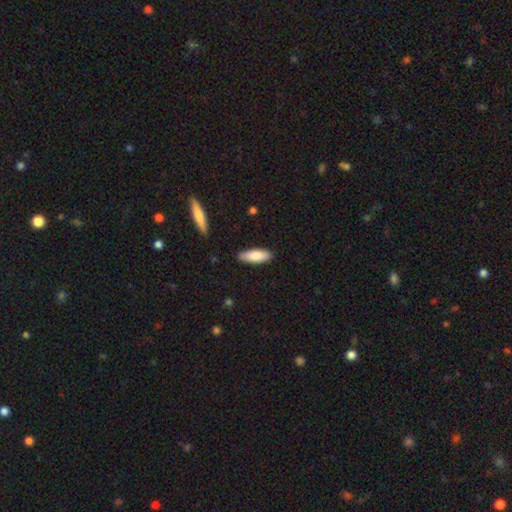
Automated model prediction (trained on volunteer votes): This is clearly a smooth galaxy (83%). How rounded: likely in between (61%). Merging: clearly none (87%).